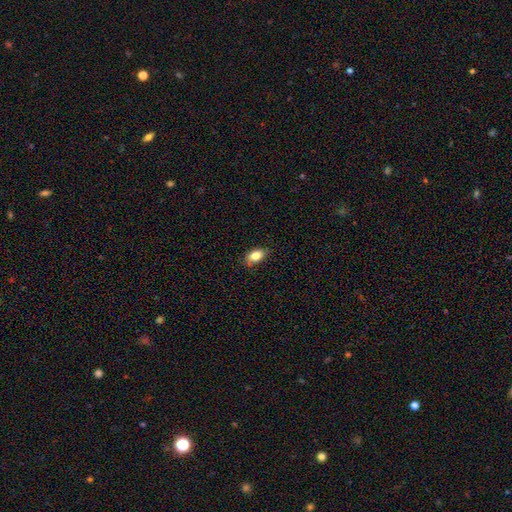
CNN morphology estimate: The model was most divided on "merging": none: 77%, minor disturbance: 18%, major disturbance: 3%, merger: 1%. More confident: how rounded — in between (87%); smooth or featured — smooth (83%).